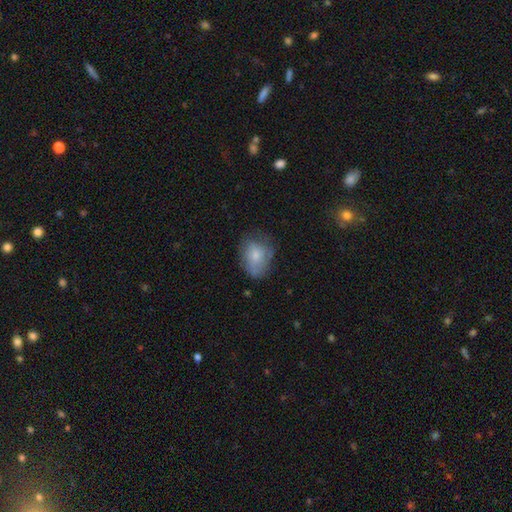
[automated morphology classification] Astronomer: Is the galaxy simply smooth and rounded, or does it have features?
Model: smooth — 67%.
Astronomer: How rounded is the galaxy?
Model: in between — 66%.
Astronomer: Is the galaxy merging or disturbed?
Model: none — 56%.